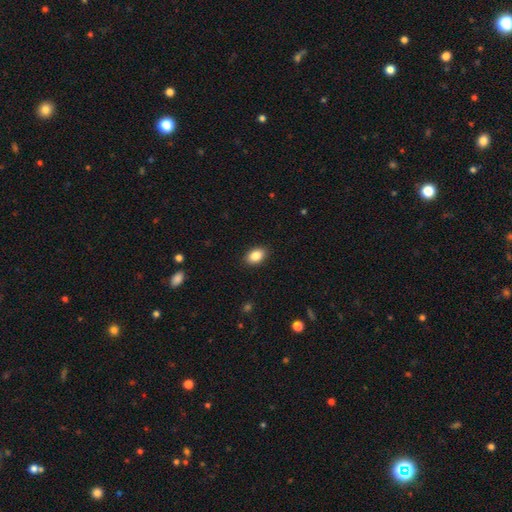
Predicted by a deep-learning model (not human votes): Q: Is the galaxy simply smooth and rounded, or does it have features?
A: smooth — 87%.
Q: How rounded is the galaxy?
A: in between — 85%.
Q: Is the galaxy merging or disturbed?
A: none — 89%.